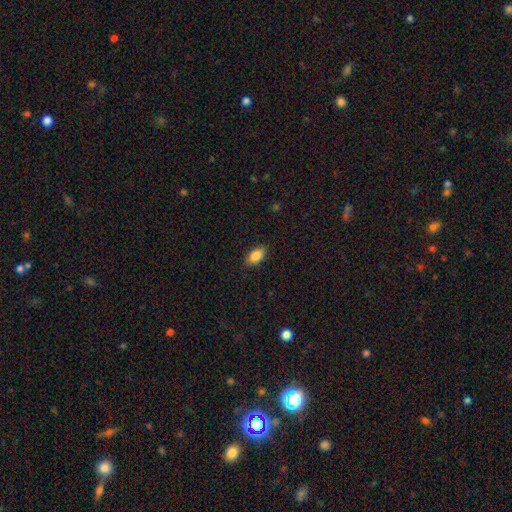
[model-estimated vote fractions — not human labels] The model was most divided on "merging": none: 86%, minor disturbance: 11%, major disturbance: 2%, merger: 1%. More confident: how rounded — in between (93%); smooth or featured — smooth (87%).